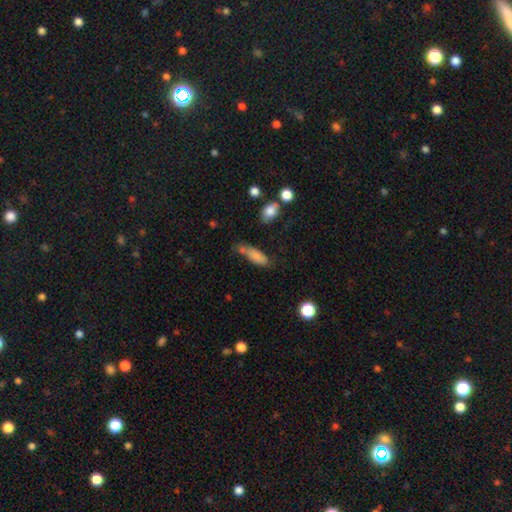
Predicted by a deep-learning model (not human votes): Smooth or featured? smooth (81%)
How rounded? in between (64%)
Merging? none (46%)